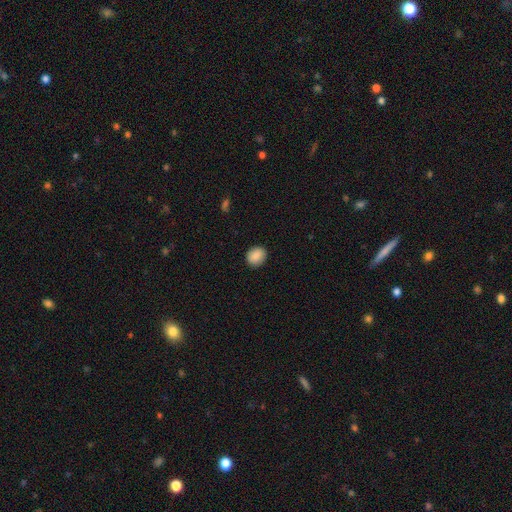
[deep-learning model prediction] Smooth or featured?
  - smooth: 87% *
  - star or artifact: 8%
  - featured or disk: 5%
How rounded?
  - round: 65% *
  - in between: 34%
  - cigar-shaped: 1%
Merging?
  - none: 90% *
  - minor disturbance: 7%
  - major disturbance: 2%
  - merger: 1%